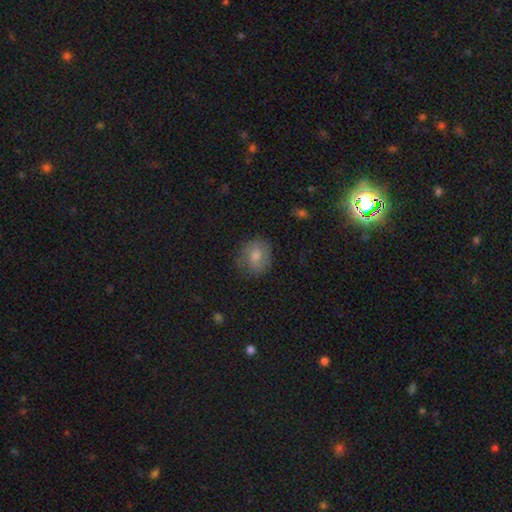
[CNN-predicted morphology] Smooth or featured? Predicted: smooth (p=0.63). How rounded? Predicted: round (p=0.68). Merging? Predicted: none (p=0.77).